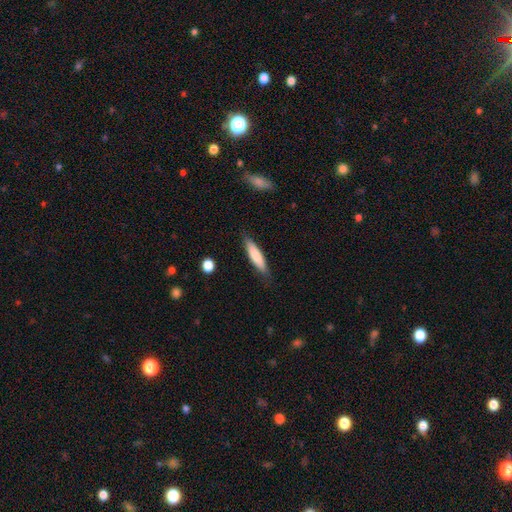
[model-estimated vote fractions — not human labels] Q: Smooth or featured?
A: smooth (78%); runner-up: featured or disk (17%)
Q: How rounded?
A: cigar-shaped (78%); runner-up: in between (21%)
Q: Merging?
A: none (83%); runner-up: minor disturbance (13%)